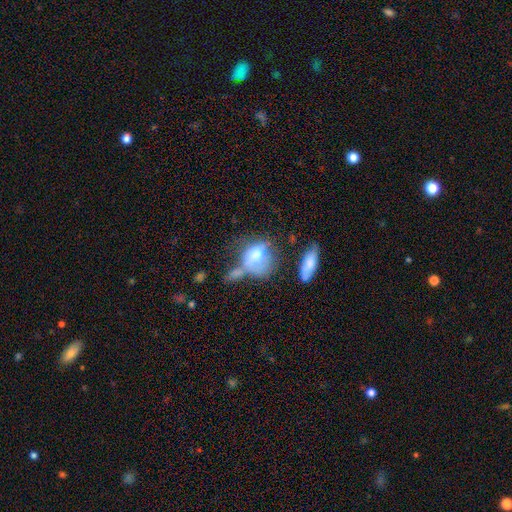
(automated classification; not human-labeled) The model was most divided on "merging": merger: 35%, major disturbance: 27%, none: 21%, minor disturbance: 17%. More confident: smooth or featured — smooth (64%); how rounded — in between (54%).